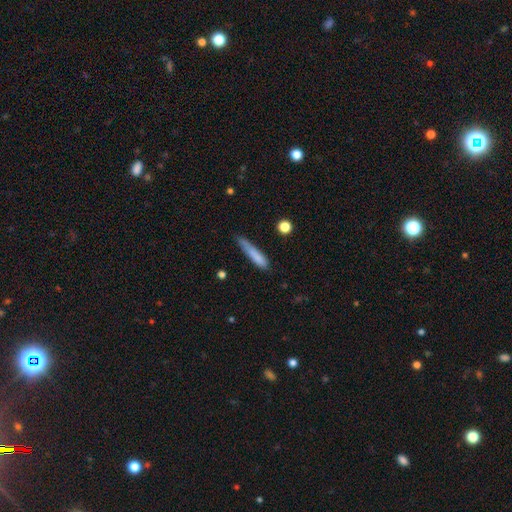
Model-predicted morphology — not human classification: Smooth or featured? Predicted: smooth (p=0.77). How rounded? Predicted: cigar-shaped (p=0.89). Merging? Predicted: none (p=0.56).